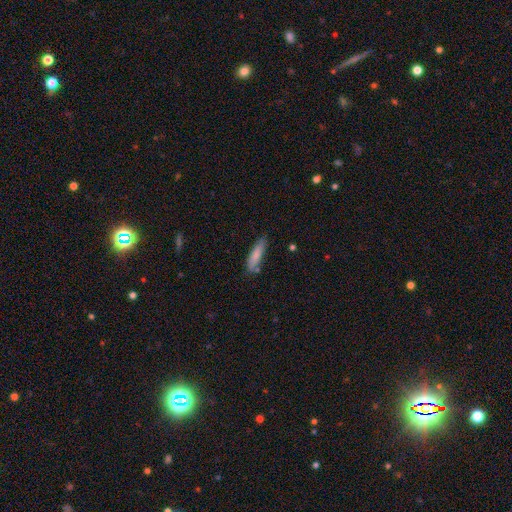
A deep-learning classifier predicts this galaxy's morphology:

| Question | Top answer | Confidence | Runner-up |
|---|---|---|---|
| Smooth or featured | smooth | 82% | featured or disk (12%) |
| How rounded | cigar-shaped | 70% | in between (28%) |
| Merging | none | 76% | minor disturbance (17%) |